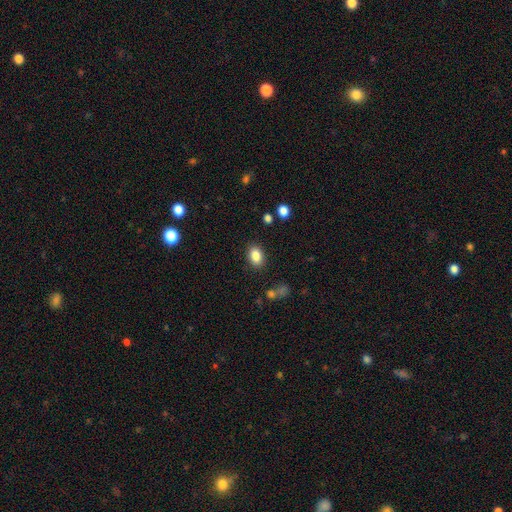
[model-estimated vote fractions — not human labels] smooth 85%, star or artifact 9%, featured or disk 6%. Down the decision tree: how rounded — in between (76%); merging — none (86%).